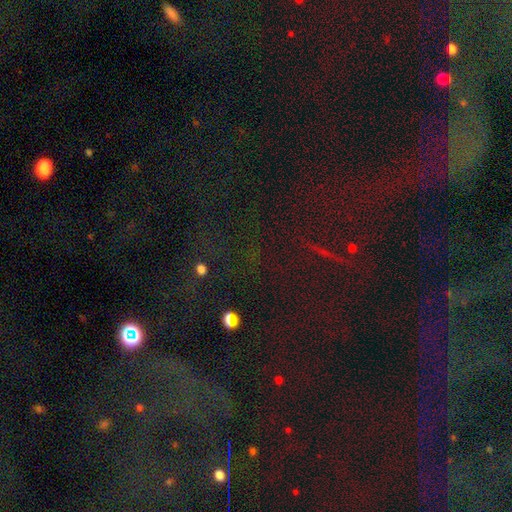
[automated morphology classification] Smooth or featured?
  - star or artifact: 75% *
  - smooth: 14%
  - featured or disk: 12%